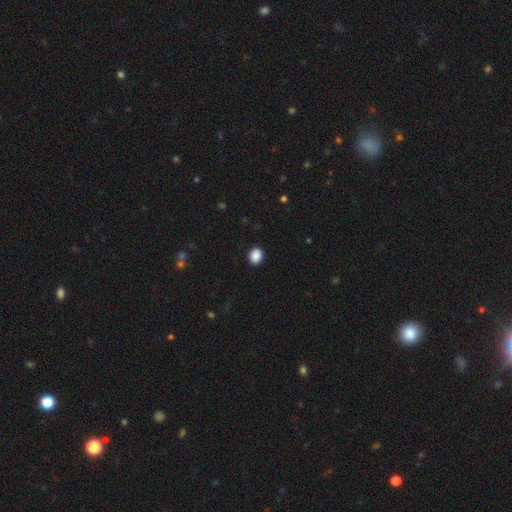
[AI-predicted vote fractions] Smooth or featured? Predicted: smooth (p=0.89). How rounded? Predicted: round (p=0.58). Merging? Predicted: none (p=0.91).